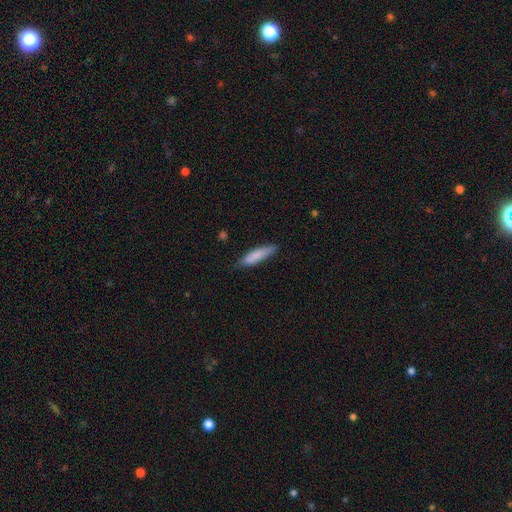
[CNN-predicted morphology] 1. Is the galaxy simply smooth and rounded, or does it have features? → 82% smooth, 12% featured or disk, 6% star or artifact.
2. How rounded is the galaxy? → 74% cigar-shaped, 25% in between, 1% round.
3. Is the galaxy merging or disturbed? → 75% none, 21% minor disturbance, 3% major disturbance, 1% merger.